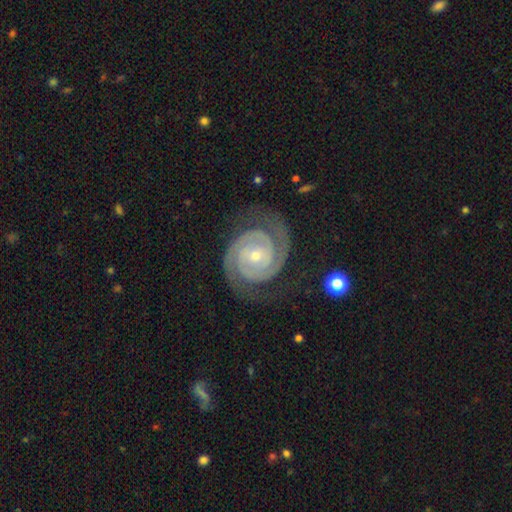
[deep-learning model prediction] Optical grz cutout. It shows a featured or disk galaxy (93%) with no bar (60%), 2 (91%) tight (76%) spiral arms (99%) and a small central bulge (63%). Merging: none (81%).